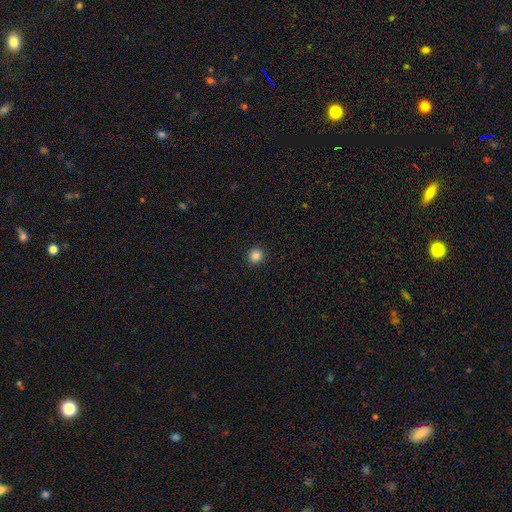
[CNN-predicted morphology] Smooth or featured? smooth (86%)
How rounded? round (92%)
Merging? none (92%)